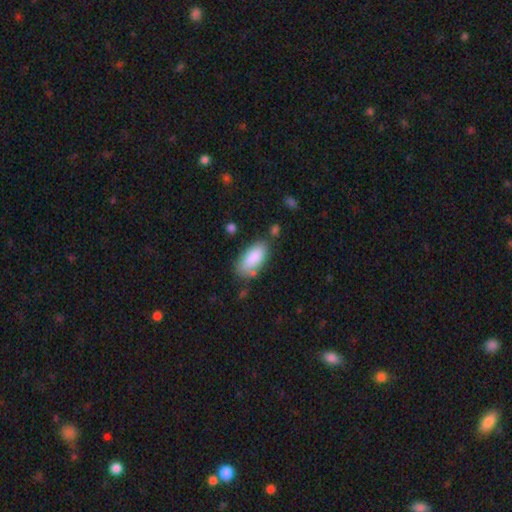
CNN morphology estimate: A smooth galaxy with no disk features (87%) that is in between round and cigar-shaped (88%).

Vote fractions:
- Smooth or featured? smooth: 87% / featured or disk: 7% / star or artifact: 7%
- How rounded? in between: 88% / cigar-shaped: 10% / round: 2%
- Merging? none: 72% / minor disturbance: 19% / merger: 5% / major disturbance: 4%